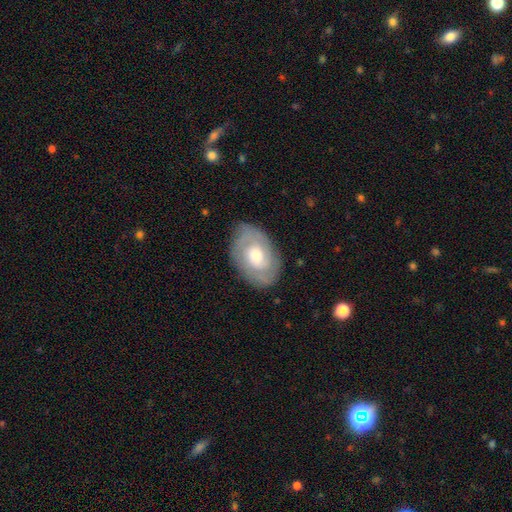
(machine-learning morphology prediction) Overall: featured or disk (70%). Edge-on disk: no (96%). Bar: no (75%). Spiral arms: yes (77%). Spiral arm count: 2 (53%; can't tell 32%). Spiral winding: tight (63%; medium 28%). Bulge size: moderate (59%; small 23%). Merging: none (81%).